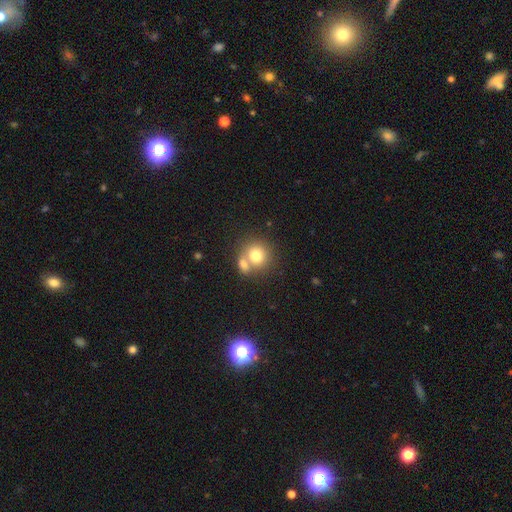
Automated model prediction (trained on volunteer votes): The model was most divided on "merging": none: 46%, merger: 41%, minor disturbance: 9%, major disturbance: 4%. More confident: how rounded — round (82%); smooth or featured — smooth (75%).